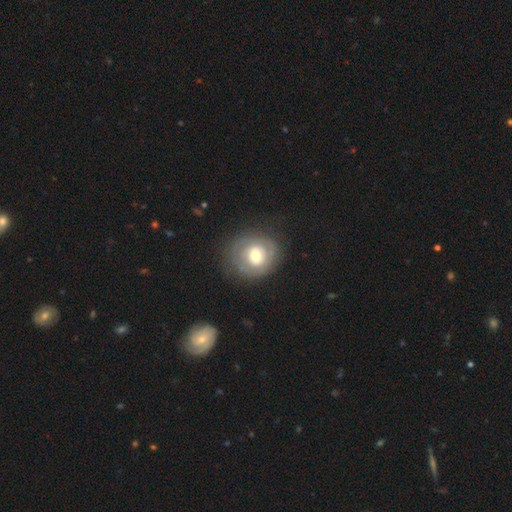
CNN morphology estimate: Smooth or featured: featured or disk — 53% (smooth — 40%)
Edge-on disk: no — 97% (yes — 3%)
Bar: no — 72% (weak — 22%)
Spiral arms: yes — 53% (no — 47%)
Bulge size: moderate — 69% (small — 15%)
Merging: none — 76% (minor disturbance — 15%)